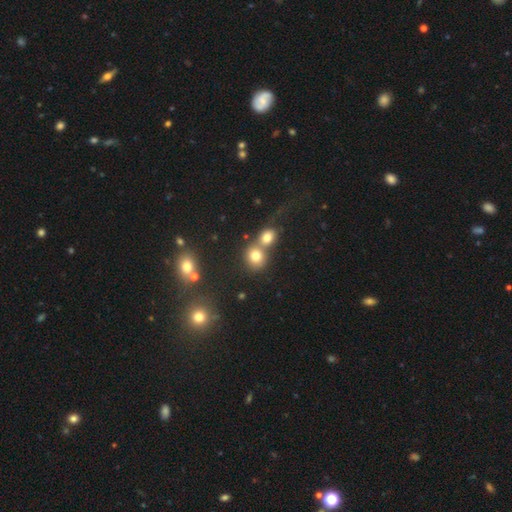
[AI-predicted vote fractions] The model was most divided on "merging": merger: 50%, none: 38%, minor disturbance: 7%, major disturbance: 4%. More confident: how rounded — round (76%); smooth or featured — smooth (74%).